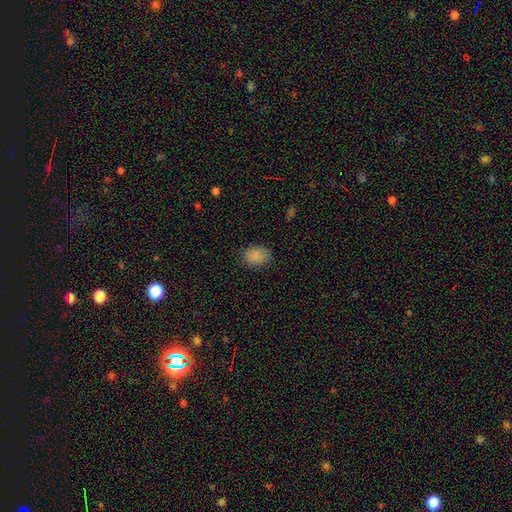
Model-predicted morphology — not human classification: This appears to be a smooth galaxy with no disk features (87%) that is in between round and cigar-shaped (66%). Merging: none (86%).